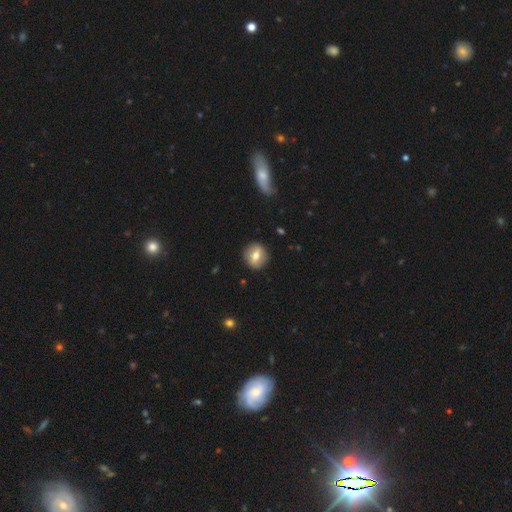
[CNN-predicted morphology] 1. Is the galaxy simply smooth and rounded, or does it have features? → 61% smooth, 31% featured or disk, 8% star or artifact.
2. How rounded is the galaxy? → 80% round, 19% in between, 2% cigar-shaped.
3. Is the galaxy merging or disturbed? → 89% none, 8% minor disturbance, 2% major disturbance, 1% merger.